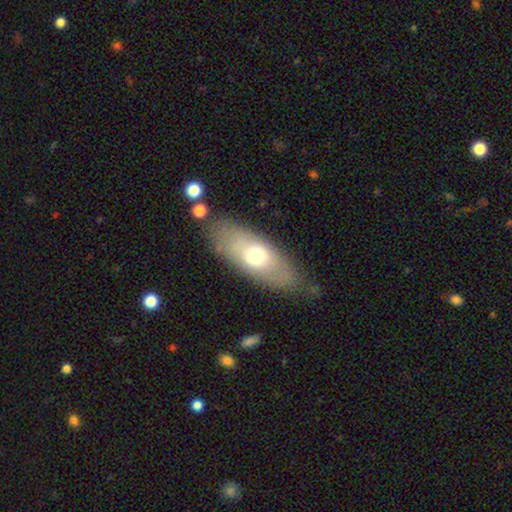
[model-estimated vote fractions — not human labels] Overall: smooth (58%; featured or disk 34%). How rounded: in between (80%). Merging: none (78%).